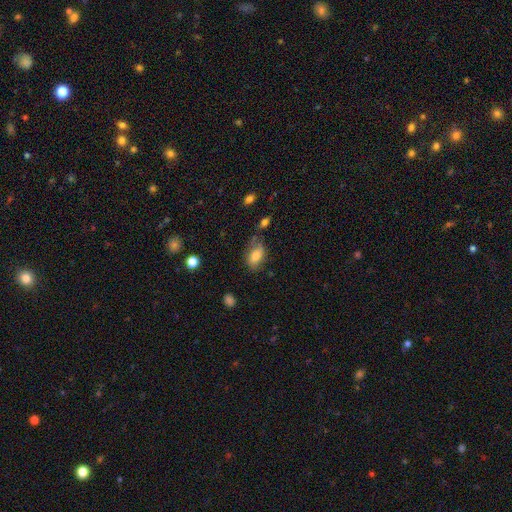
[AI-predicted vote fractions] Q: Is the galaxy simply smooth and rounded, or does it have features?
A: smooth — 74%.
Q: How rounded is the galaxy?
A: in between — 89%.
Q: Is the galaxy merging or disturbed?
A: none — 58%.